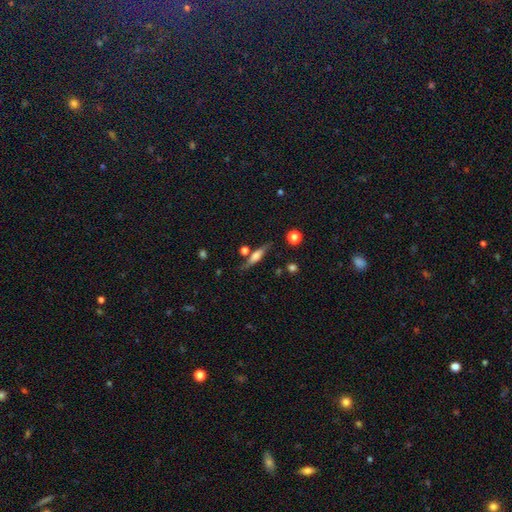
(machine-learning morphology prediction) A featured or disk galaxy (47%).

Vote fractions:
- Smooth or featured? featured or disk: 47% / smooth: 45% / star or artifact: 9%
- Merging? none: 72% / minor disturbance: 16% / merger: 8% / major disturbance: 5%